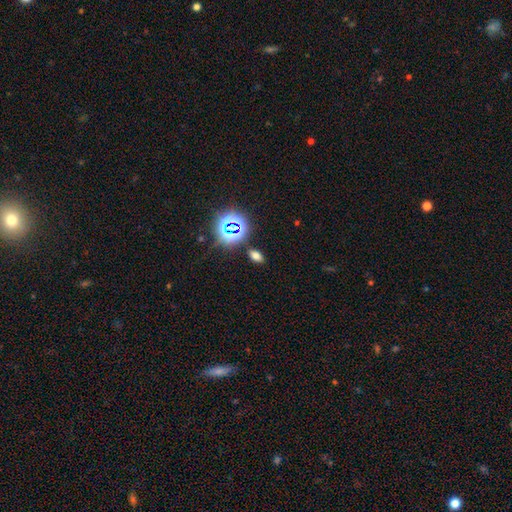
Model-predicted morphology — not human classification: smooth_or_featured: smooth (p=0.65) [alt: star or artifact p=0.27]
how_rounded: in between (p=0.84) [alt: round p=0.12]
merging: none (p=0.86) [alt: minor disturbance p=0.08]